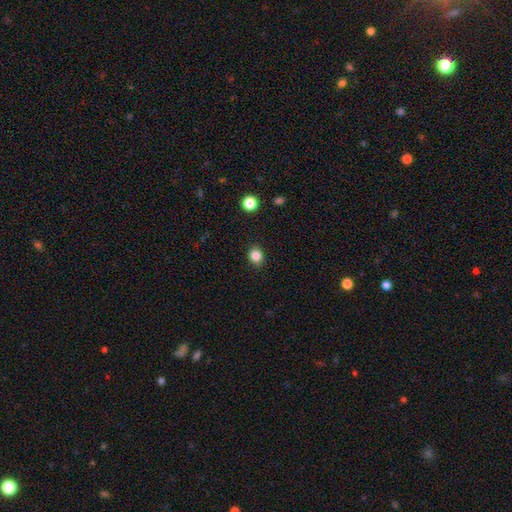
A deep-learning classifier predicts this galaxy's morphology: Smooth or featured? smooth (84%)
How rounded? round (69%)
Merging? none (89%)